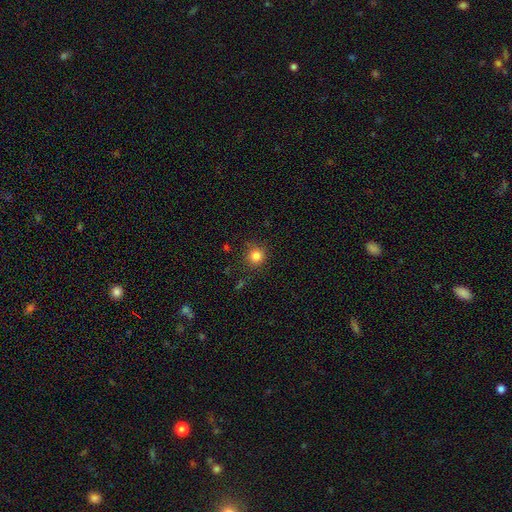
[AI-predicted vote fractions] This appears to be a smooth galaxy with no disk features (83%) that is round (91%). Merging: none (85%).